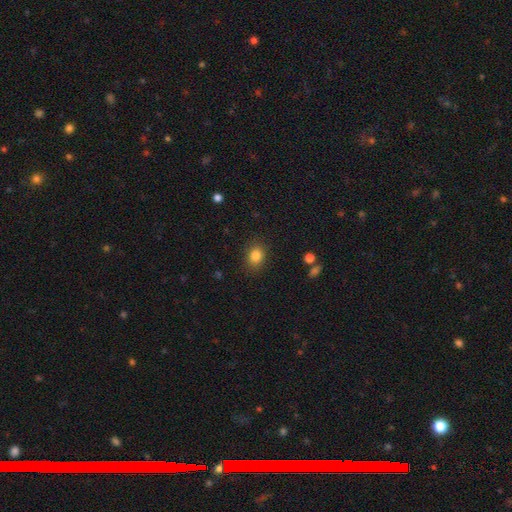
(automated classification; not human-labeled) Smooth or featured? smooth (84%)
How rounded? in between (51%)
Merging? none (86%)